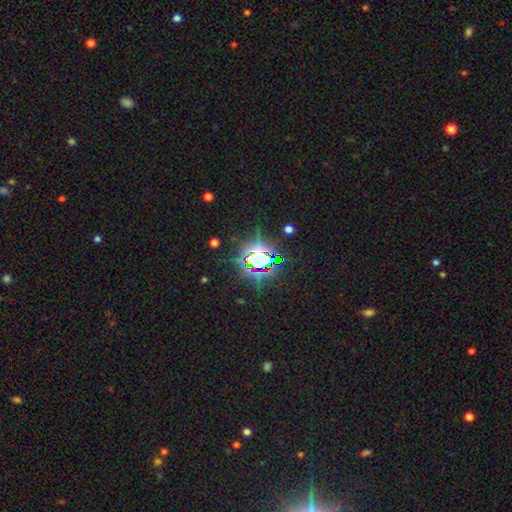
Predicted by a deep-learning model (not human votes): A star or artifact, not a galaxy (76%).

Vote fractions:
- Smooth or featured? star or artifact: 76% / smooth: 14% / featured or disk: 10%